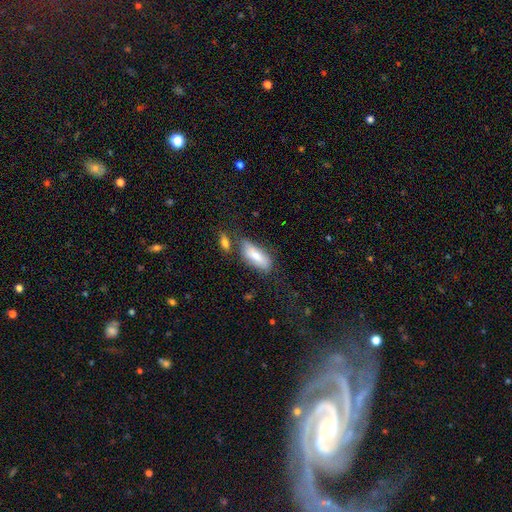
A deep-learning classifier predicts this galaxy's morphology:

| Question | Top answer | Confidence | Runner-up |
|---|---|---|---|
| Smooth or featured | smooth | 77% | featured or disk (16%) |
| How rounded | in between | 74% | cigar-shaped (24%) |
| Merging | none | 55% | minor disturbance (24%) |